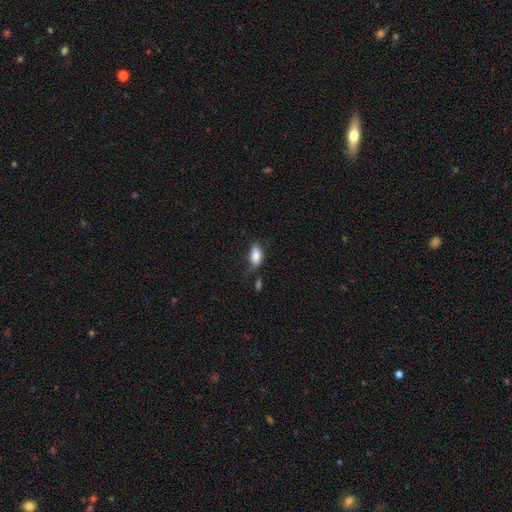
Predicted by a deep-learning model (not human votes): The model was most divided on "merging": none: 51%, minor disturbance: 29%, major disturbance: 12%, merger: 7%. More confident: how rounded — in between (86%); smooth or featured — smooth (82%).